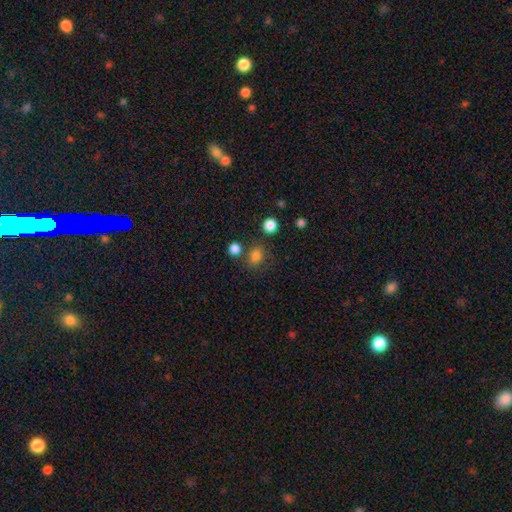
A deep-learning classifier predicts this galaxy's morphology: Smooth or featured?
  - smooth: 80% *
  - star or artifact: 14%
  - featured or disk: 6%
How rounded?
  - round: 68% *
  - in between: 31%
  - cigar-shaped: 1%
Merging?
  - none: 71% *
  - minor disturbance: 13%
  - merger: 10%
  - major disturbance: 5%